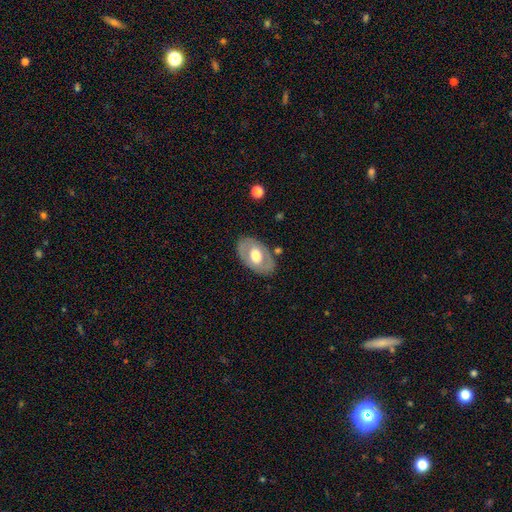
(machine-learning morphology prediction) smooth 47% (tied), featured or disk 47% (tied), star or artifact 5%. Down the decision tree: merging — none (80%).